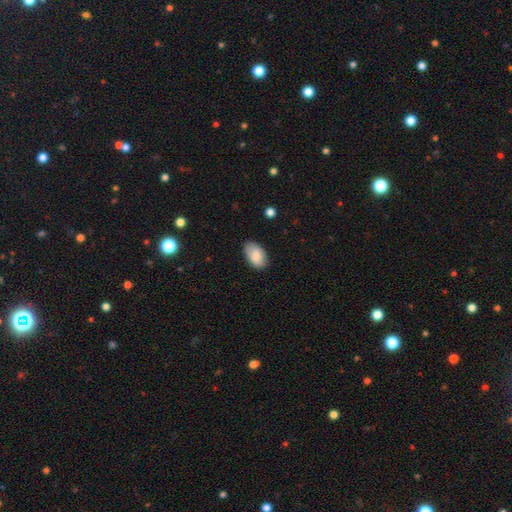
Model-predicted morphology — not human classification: Smooth or featured?
  - smooth: 86% *
  - featured or disk: 8%
  - star or artifact: 6%
How rounded?
  - in between: 94% *
  - round: 4%
  - cigar-shaped: 1%
Merging?
  - none: 82% *
  - minor disturbance: 15%
  - major disturbance: 3%
  - merger: 1%